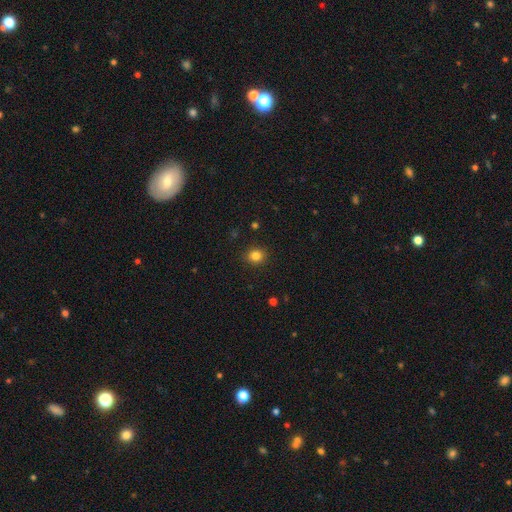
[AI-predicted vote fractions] Smooth or featured? smooth (83%)
How rounded? round (78%)
Merging? none (90%)